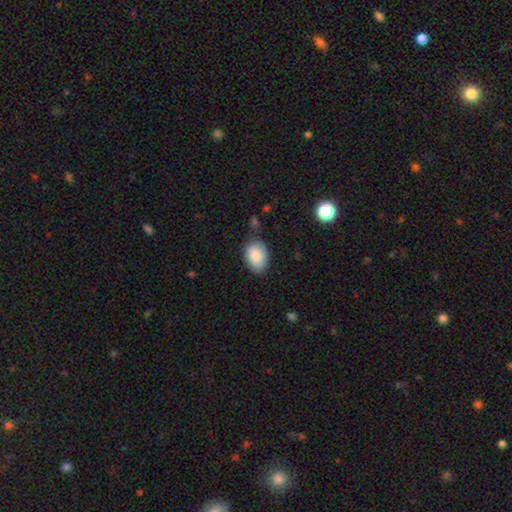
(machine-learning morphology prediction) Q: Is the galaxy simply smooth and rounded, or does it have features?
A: smooth — 86%.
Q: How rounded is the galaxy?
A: in between — 86%.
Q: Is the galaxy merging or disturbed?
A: none — 70%.